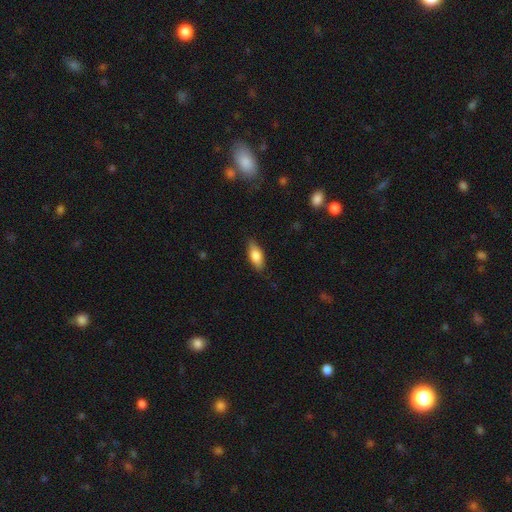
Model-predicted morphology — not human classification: smooth_or_featured: smooth (p=0.76) [alt: featured or disk p=0.18]
how_rounded: in between (p=0.78) [alt: cigar-shaped p=0.19]
merging: none (p=0.82) [alt: minor disturbance p=0.14]